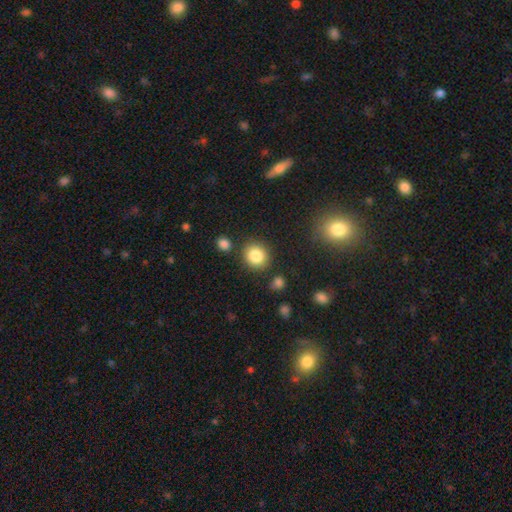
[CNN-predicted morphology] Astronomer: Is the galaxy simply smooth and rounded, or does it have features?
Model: smooth — 84%.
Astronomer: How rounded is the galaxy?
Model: round — 85%.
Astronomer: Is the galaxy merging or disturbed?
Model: none — 83%.